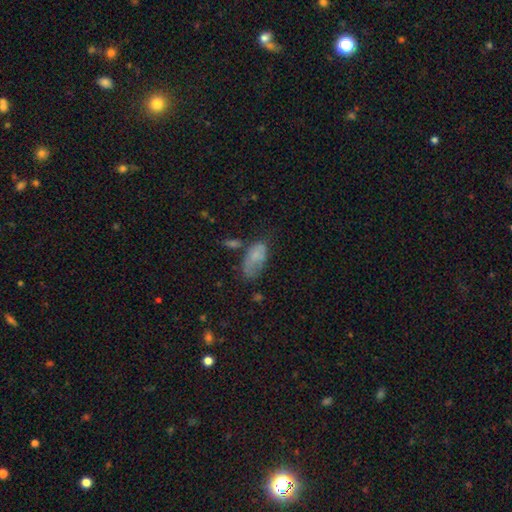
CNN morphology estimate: This is likely a smooth galaxy (71%). How rounded: clearly in between (91%). Merging: marginally none (37%).